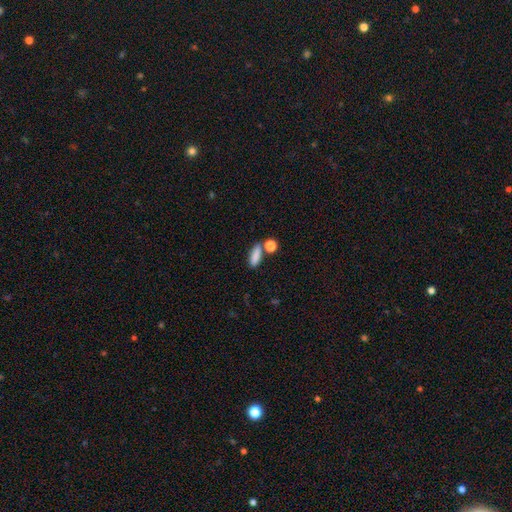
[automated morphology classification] smooth 84%, star or artifact 9%, featured or disk 7%. Down the decision tree: how rounded — in between (55%); merging — none (63%).